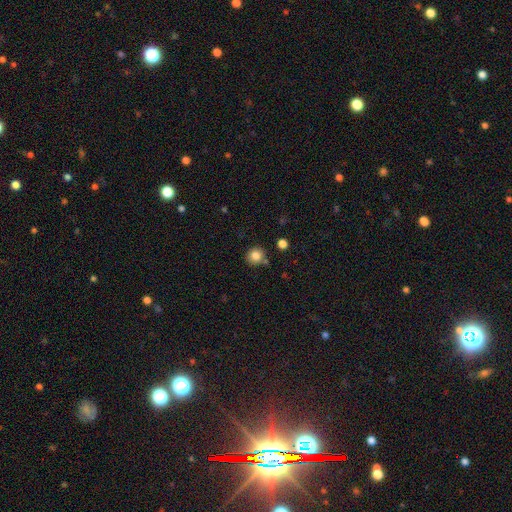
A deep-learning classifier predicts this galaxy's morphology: Smooth or featured? Predicted: smooth (p=0.83). How rounded? Predicted: round (p=0.90). Merging? Predicted: none (p=0.78).